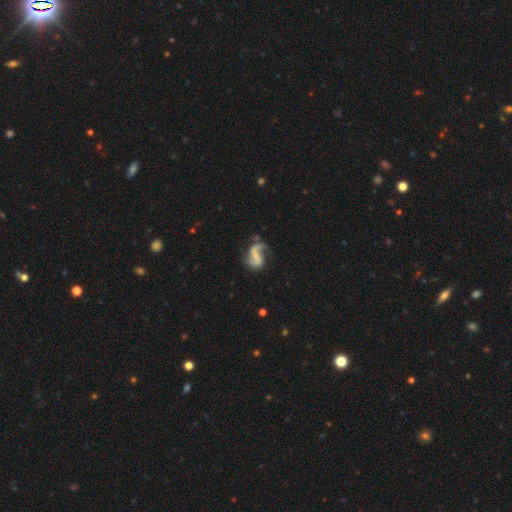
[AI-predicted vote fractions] Smooth or featured? featured or disk (79%)
Edge-on disk? no (98%)
Bar? weak (38%)
Spiral arms? yes (91%)
Spiral winding? loose (65%)
Spiral arm count? 2 (76%)
Bulge size? none (58%)
Merging? none (51%)